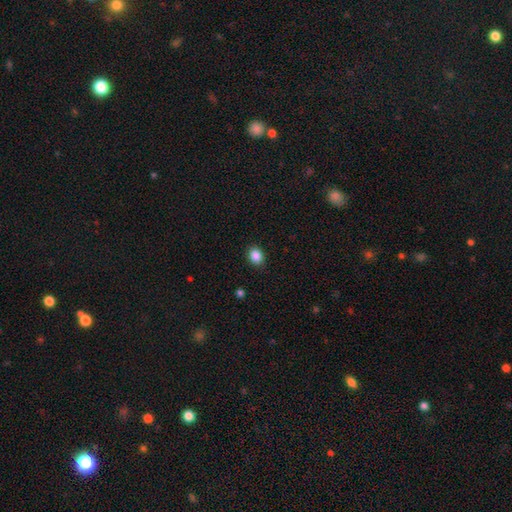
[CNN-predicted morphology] Overall: smooth (87%). How rounded: round (50%; in between 49%). Merging: none (88%).